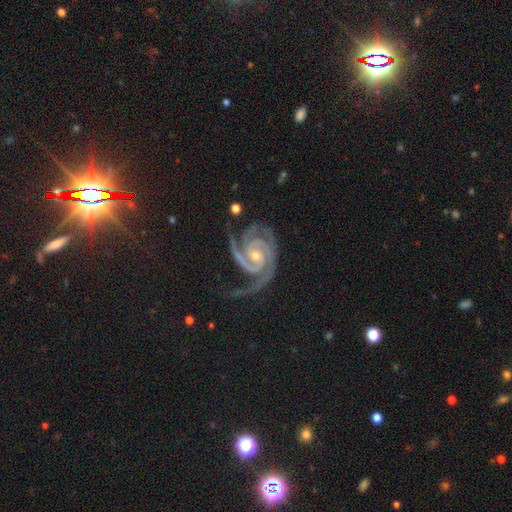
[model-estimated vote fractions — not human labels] Smooth or featured? featured or disk (94%)
Edge-on disk? no (98%)
Bar? no (56%)
Spiral arms? yes (99%)
Spiral winding? tight (67%)
Spiral arm count? 3 (43%)
Bulge size? small (60%)
Merging? none (64%)